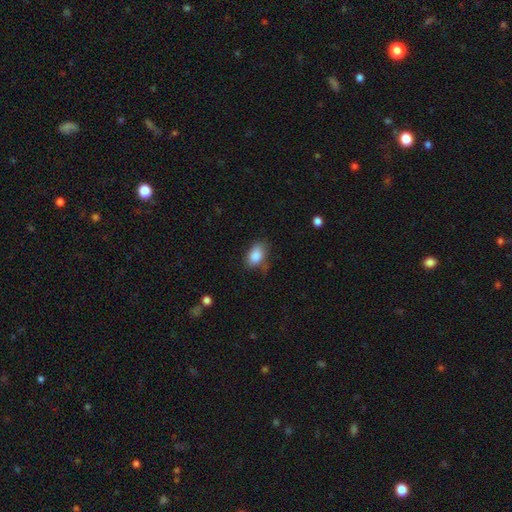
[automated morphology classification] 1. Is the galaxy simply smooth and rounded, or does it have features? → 86% smooth, 8% star or artifact, 6% featured or disk.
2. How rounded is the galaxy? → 86% in between, 13% round, 2% cigar-shaped.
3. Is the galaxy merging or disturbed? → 62% none, 28% minor disturbance, 8% major disturbance, 2% merger.